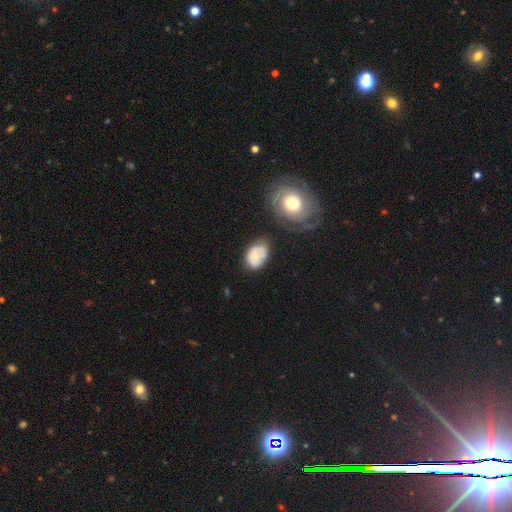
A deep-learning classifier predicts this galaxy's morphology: Smooth or featured? smooth (62%)
How rounded? in between (81%)
Merging? none (56%)